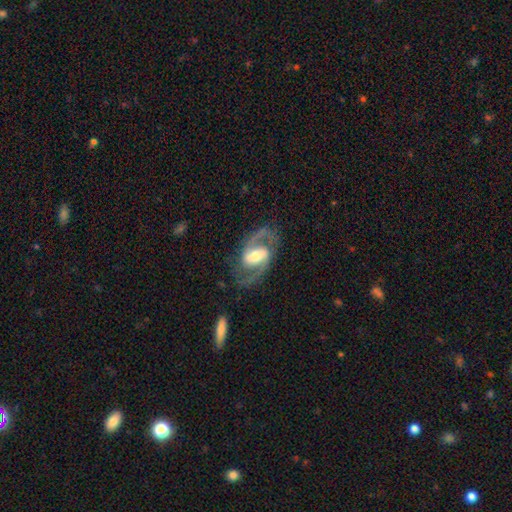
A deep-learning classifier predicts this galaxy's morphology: A featured or disk galaxy (90%) with a weak bar (43%), 2 (93%) medium (62%) spiral arms (96%) and a moderate central bulge (55%).

Vote fractions:
- Smooth or featured? featured or disk: 90% / smooth: 5% / star or artifact: 4%
- Edge-on disk? no: 97% / yes: 3%
- Bar? weak: 43% / strong: 42% / no: 15%
- Spiral arms? yes: 96% / no: 4%
- Spiral winding? medium: 62% / loose: 22% / tight: 16%
- Spiral arm count? 2: 93% / can't tell: 2% / 3: 1% / 1: 1% / 4: 1% / more than 4: 1%
- Bulge size? moderate: 55% / small: 21% / large: 20% / none: 2% / dominant: 2%
- Merging? none: 79% / minor disturbance: 13% / major disturbance: 7% / merger: 1%